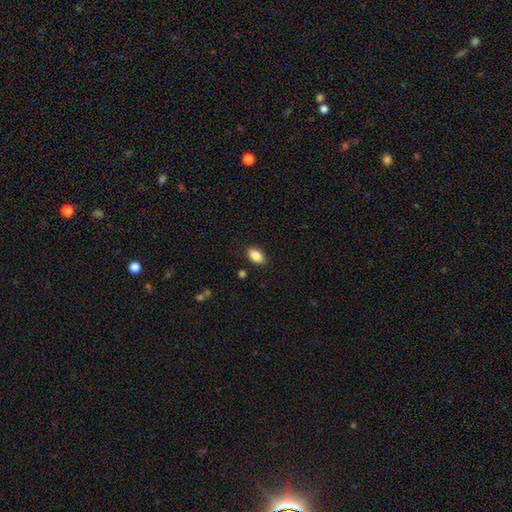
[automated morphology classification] Smooth or featured: smooth — 86% (star or artifact — 8%)
How rounded: in between — 92% (round — 6%)
Merging: none — 87% (minor disturbance — 9%)